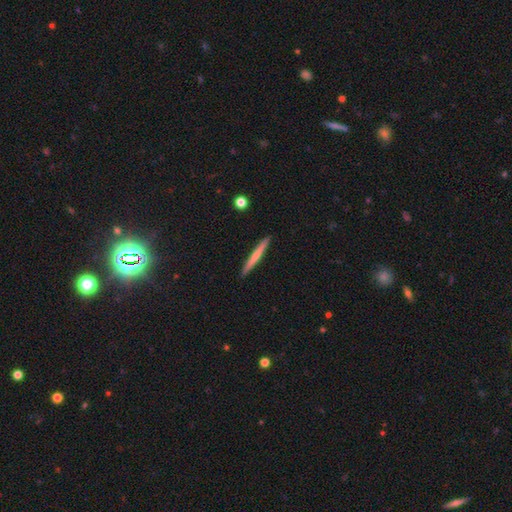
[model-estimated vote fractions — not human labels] This appears to be a smooth galaxy with no disk features (56%) that is cigar-shaped (97%). Merging: none (92%).